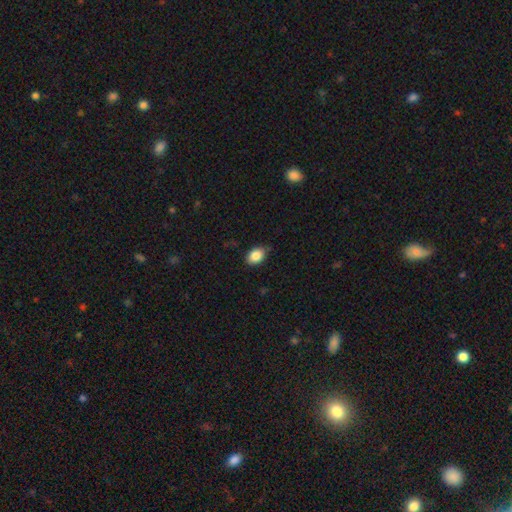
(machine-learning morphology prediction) Smooth or featured: smooth — 86% (star or artifact — 8%)
How rounded: in between — 79% (round — 20%)
Merging: none — 78% (minor disturbance — 18%)